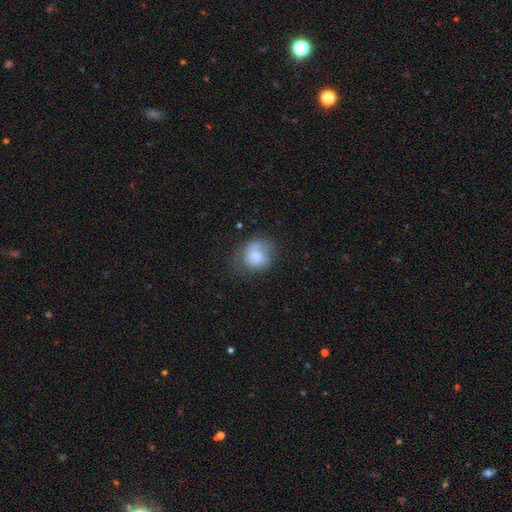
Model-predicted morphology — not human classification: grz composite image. It shows a smooth galaxy with no disk features (75%) that is round (72%). Merging: none (51%).